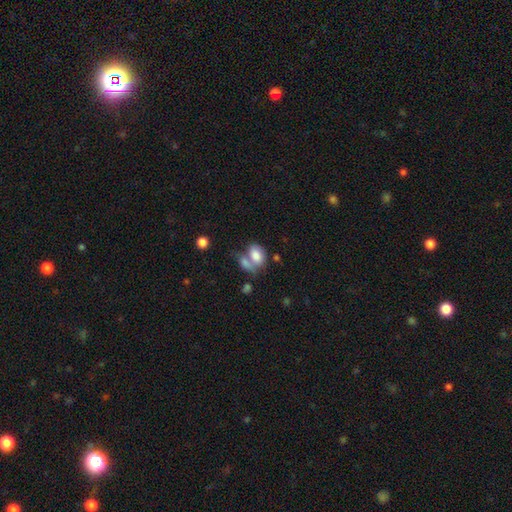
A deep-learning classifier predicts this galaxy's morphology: Smooth or featured? smooth (78%)
How rounded? in between (82%)
Merging? merger (50%)